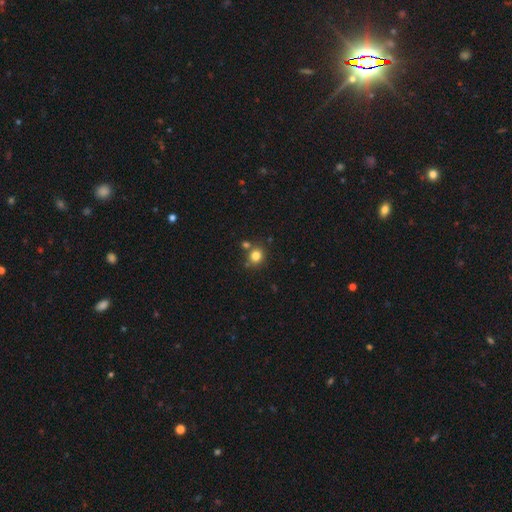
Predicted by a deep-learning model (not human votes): Morphology: type=smooth (81%); roundness=round (85%); merging=none (73%).